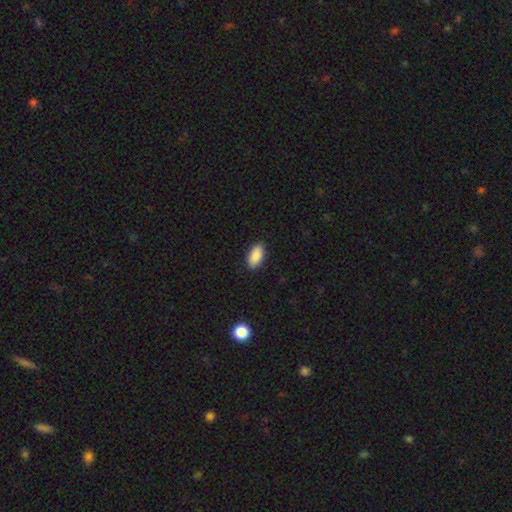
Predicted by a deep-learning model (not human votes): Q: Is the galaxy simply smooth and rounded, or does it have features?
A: smooth — 90%.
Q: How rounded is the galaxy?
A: in between — 94%.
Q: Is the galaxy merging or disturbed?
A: none — 89%.